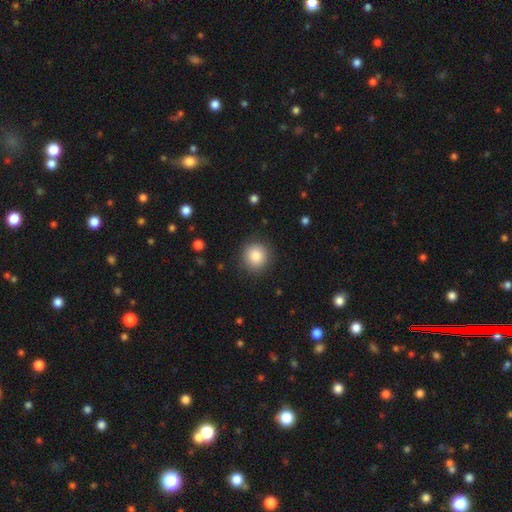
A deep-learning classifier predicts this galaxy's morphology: Overall: smooth (85%). How rounded: round (91%). Merging: none (88%).